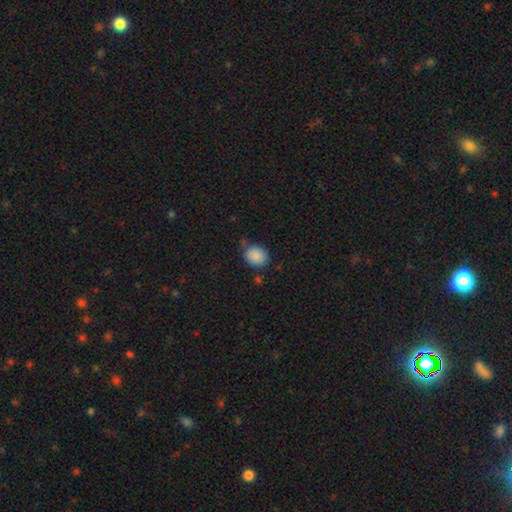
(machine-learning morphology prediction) smooth-or-featured: smooth: 88% | star or artifact: 8% | featured or disk: 4%
  how-rounded: round: 59% | in between: 40% | cigar-shaped: 1%
  merging: none: 66% | minor disturbance: 23% | merger: 6% | major disturbance: 5%